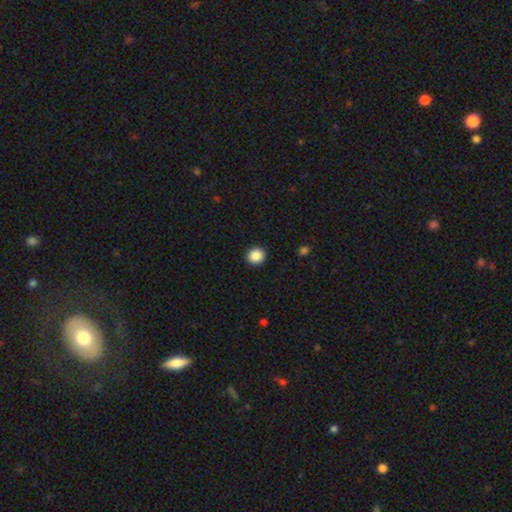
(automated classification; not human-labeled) smooth 88%, star or artifact 9%, featured or disk 3%. Down the decision tree: how rounded — round (86%); merging — none (92%).